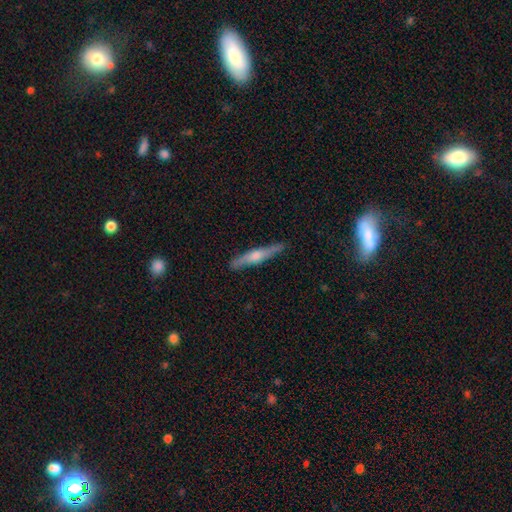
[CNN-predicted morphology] Smooth or featured? featured or disk (70%)
Edge-on disk? yes (95%)
Edge-on bulge? rounded (89%)
Merging? none (85%)